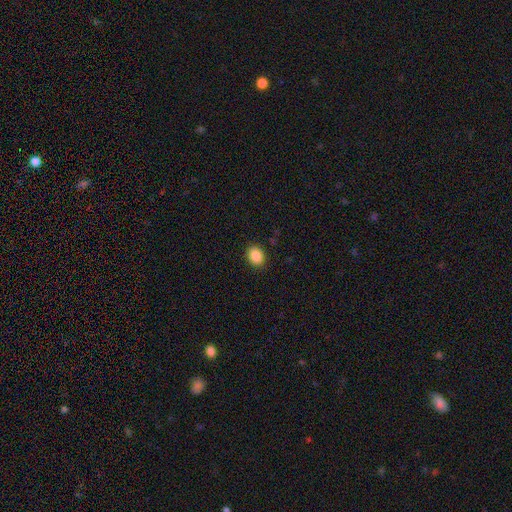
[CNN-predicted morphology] type=smooth (89%); roundness=in between (65%); merging=none (89%).